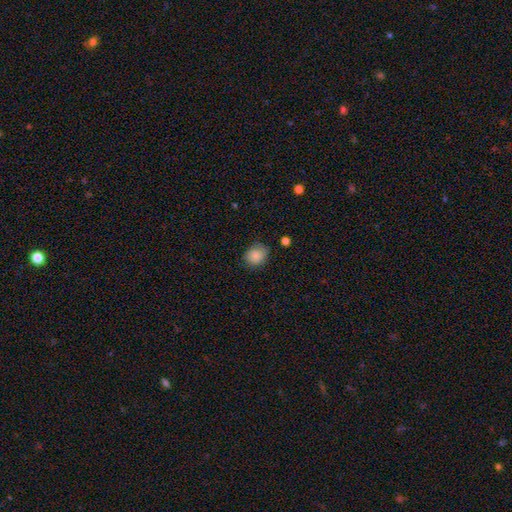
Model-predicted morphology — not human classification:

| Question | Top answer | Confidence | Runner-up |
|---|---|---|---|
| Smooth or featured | smooth | 86% | star or artifact (8%) |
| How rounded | round | 59% | in between (40%) |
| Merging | none | 72% | minor disturbance (22%) |